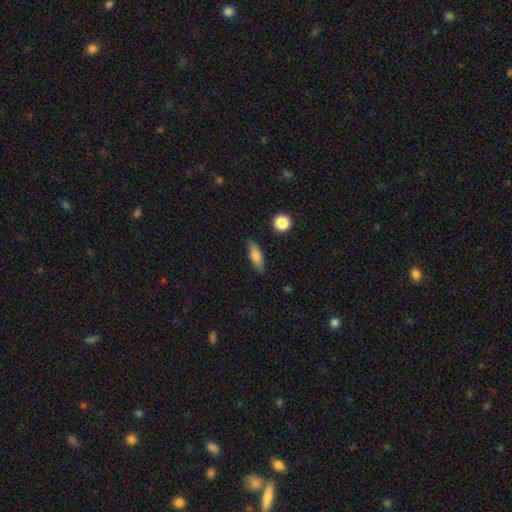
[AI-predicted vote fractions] Q: Smooth or featured?
A: smooth (76%); runner-up: featured or disk (17%)
Q: How rounded?
A: in between (54%); runner-up: cigar-shaped (43%)
Q: Merging?
A: none (86%); runner-up: minor disturbance (10%)